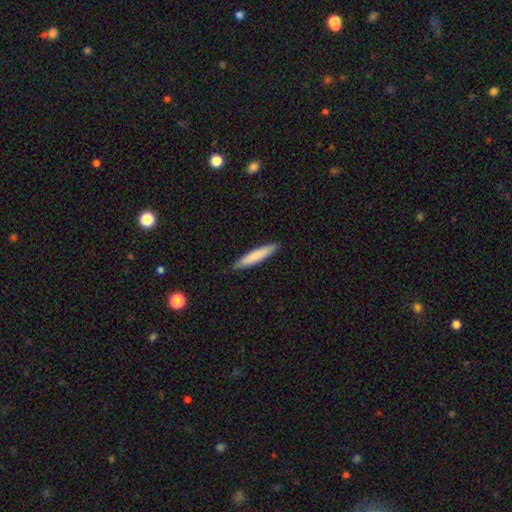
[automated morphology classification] Smooth or featured?
  - smooth: 78% *
  - featured or disk: 17%
  - star or artifact: 5%
How rounded?
  - cigar-shaped: 91% *
  - in between: 8%
  - round: 1%
Merging?
  - none: 88% *
  - minor disturbance: 9%
  - major disturbance: 2%
  - merger: 1%